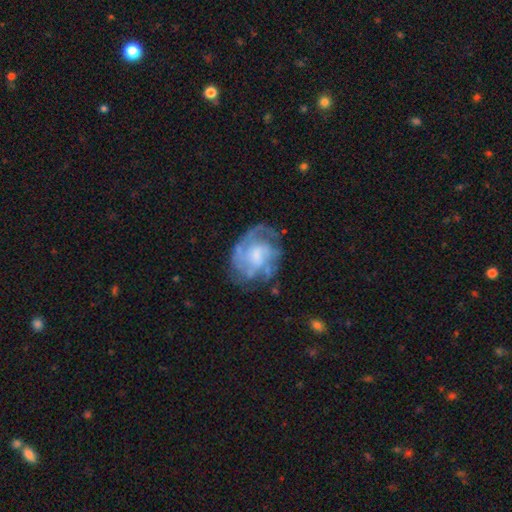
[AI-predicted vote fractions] Smooth or featured? Predicted: featured or disk (p=0.76). Edge-on disk? Predicted: no (p=0.98). Bar? Predicted: no (p=0.63). Spiral arms? Predicted: yes (p=0.86). Spiral winding? Predicted: tight (p=0.46). Spiral arm count? Predicted: can't tell (p=0.38). Bulge size? Predicted: moderate (p=0.36). Merging? Predicted: none (p=0.61).